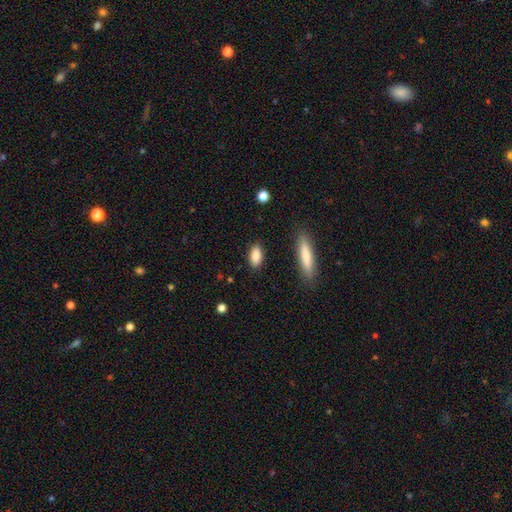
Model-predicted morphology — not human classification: Overall: smooth (86%). How rounded: in between (82%). Merging: none (86%).